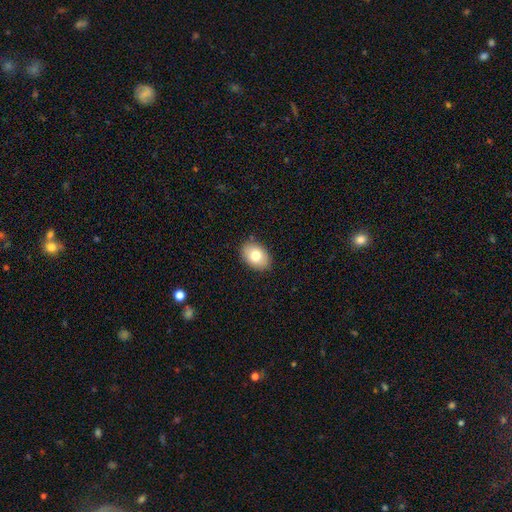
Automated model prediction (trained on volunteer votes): Morphology: type=smooth (79%); roundness=in between (81%); merging=none (88%).